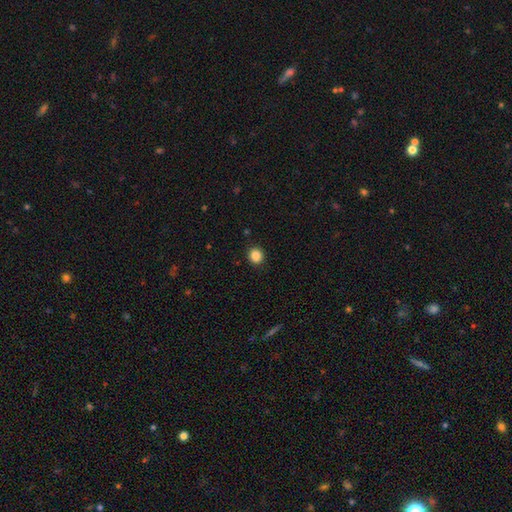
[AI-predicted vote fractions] smooth 86%, star or artifact 11%, featured or disk 4%. Down the decision tree: how rounded — round (87%); merging — none (92%).